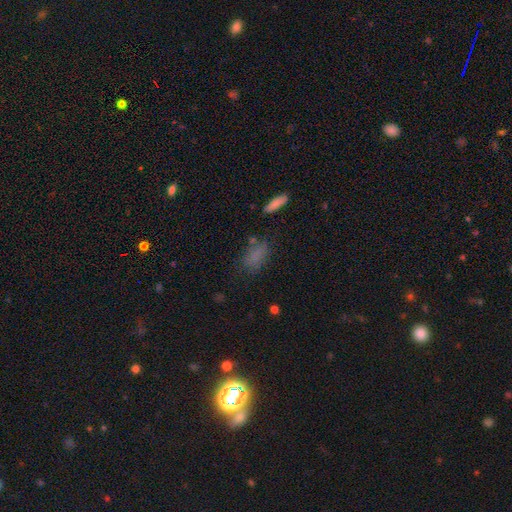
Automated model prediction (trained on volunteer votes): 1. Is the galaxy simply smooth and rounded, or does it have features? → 75% smooth, 15% star or artifact, 10% featured or disk.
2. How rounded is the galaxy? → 81% in between, 11% cigar-shaped, 8% round.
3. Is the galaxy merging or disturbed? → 64% none, 20% minor disturbance, 10% major disturbance, 6% merger.